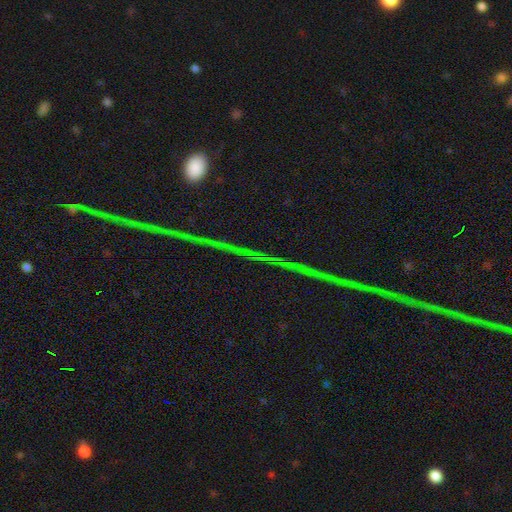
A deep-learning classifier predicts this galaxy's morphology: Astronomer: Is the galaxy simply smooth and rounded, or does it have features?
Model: star or artifact — 79%.